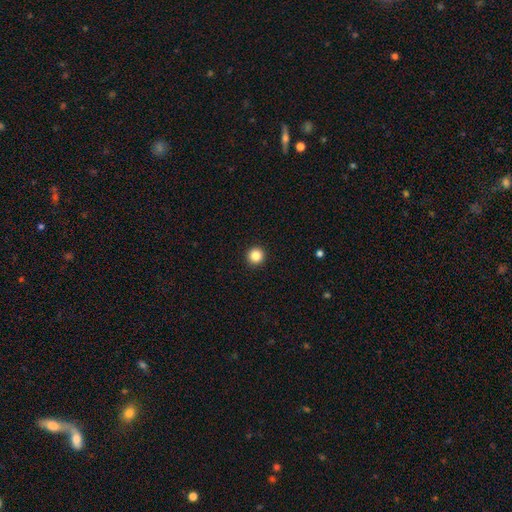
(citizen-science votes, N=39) Volunteers were most divided on "smooth or featured": smooth: 87%, star or artifact: 10%, featured or disk: 3%. More confident: merging — none (100%); how rounded — round (97%).